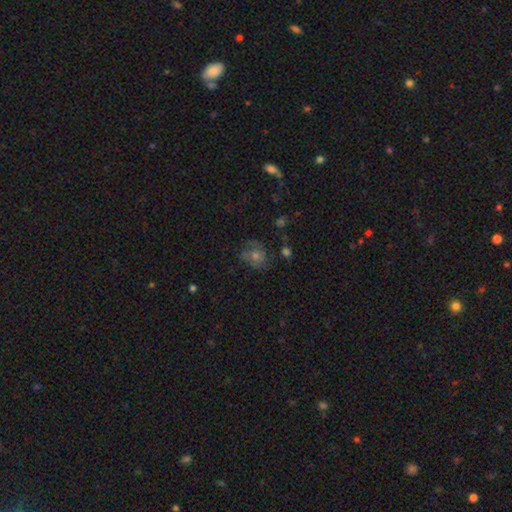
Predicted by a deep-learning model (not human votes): Overall: smooth (40%; featured or disk 39%). Merging: none (66%).